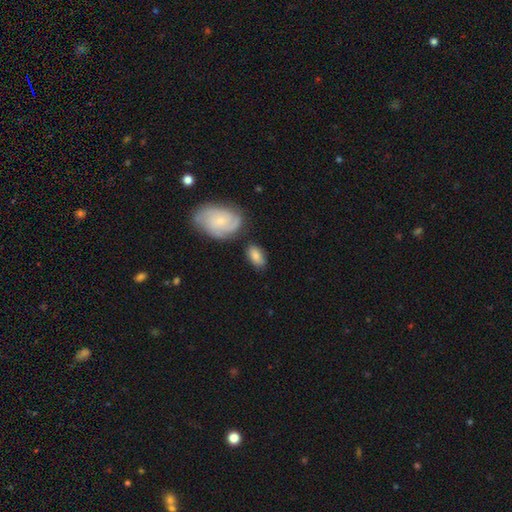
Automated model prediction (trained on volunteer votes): Smooth or featured: smooth — 70% (featured or disk — 23%)
How rounded: in between — 90% (round — 7%)
Merging: none — 72% (minor disturbance — 16%)